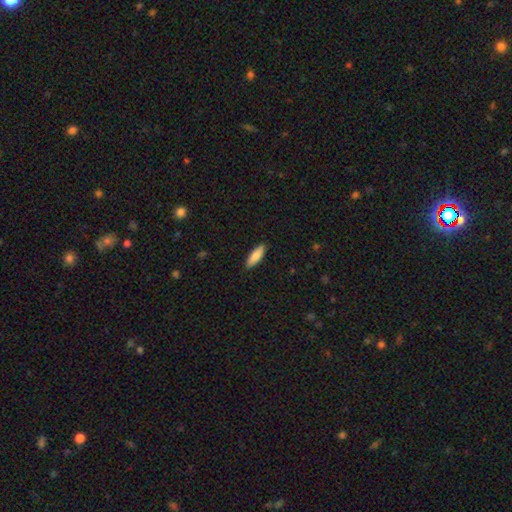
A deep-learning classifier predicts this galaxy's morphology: The model was most divided on "how rounded": in between: 53%, cigar-shaped: 45%, round: 2%. More confident: merging — none (89%); smooth or featured — smooth (84%).